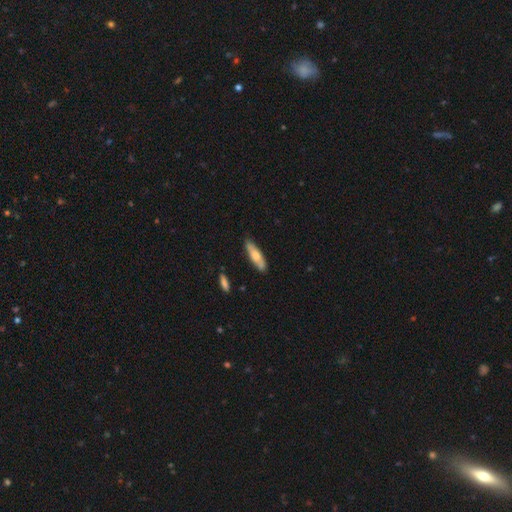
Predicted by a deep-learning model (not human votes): smooth-or-featured: smooth: 65% | featured or disk: 29% | star or artifact: 6%
  how-rounded: cigar-shaped: 62% | in between: 36% | round: 2%
  merging: none: 81% | minor disturbance: 14% | major disturbance: 2% | merger: 2%